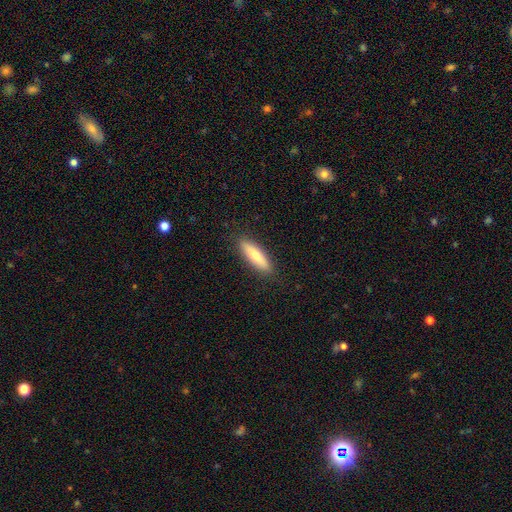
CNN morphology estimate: This appears to be a smooth galaxy with no disk features (75%) that is cigar-shaped (69%). Merging: none (88%).